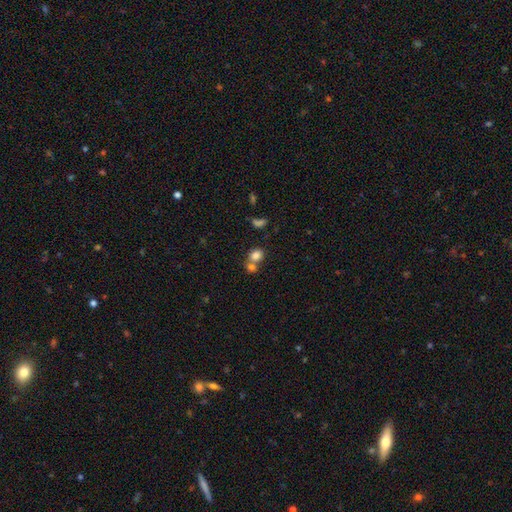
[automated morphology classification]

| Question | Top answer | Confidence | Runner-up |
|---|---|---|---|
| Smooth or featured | smooth | 79% | star or artifact (12%) |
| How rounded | round | 59% | in between (40%) |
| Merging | merger | 48% | none (40%) |